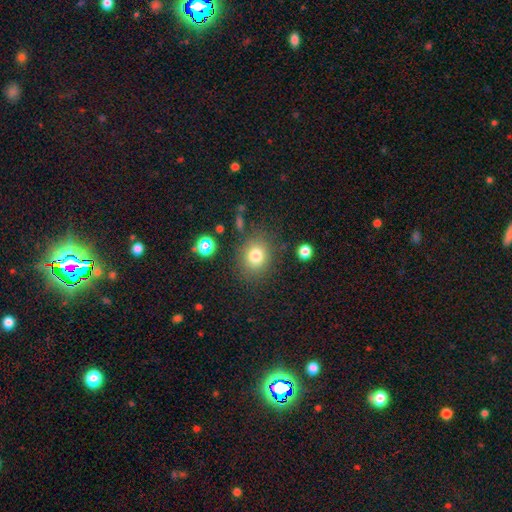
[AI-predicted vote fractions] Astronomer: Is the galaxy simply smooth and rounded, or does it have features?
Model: smooth — 79%.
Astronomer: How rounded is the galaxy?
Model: round — 69%.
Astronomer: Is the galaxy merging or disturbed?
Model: none — 81%.